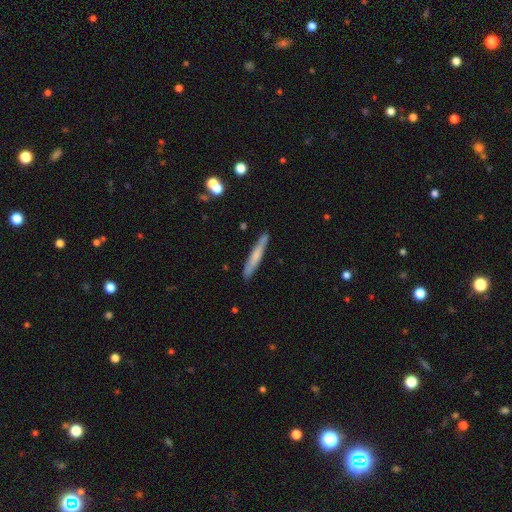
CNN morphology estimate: smooth_or_featured: smooth (p=0.60) [alt: featured or disk p=0.34]
how_rounded: cigar-shaped (p=0.95) [alt: in between p=0.03]
merging: none (p=0.87) [alt: minor disturbance p=0.10]